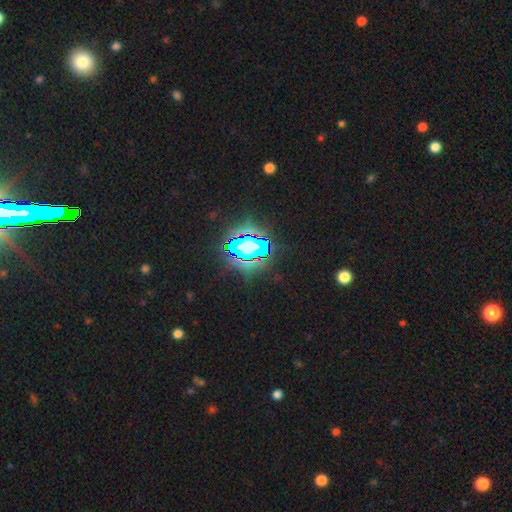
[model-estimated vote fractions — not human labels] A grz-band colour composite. It shows a star or artifact, not a galaxy (62%).